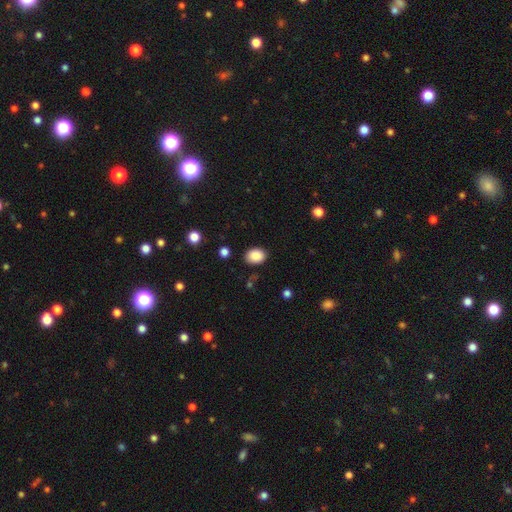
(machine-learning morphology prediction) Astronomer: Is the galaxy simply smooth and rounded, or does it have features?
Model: smooth — 88%.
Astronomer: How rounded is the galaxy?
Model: in between — 66%.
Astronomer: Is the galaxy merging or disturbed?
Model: none — 85%.